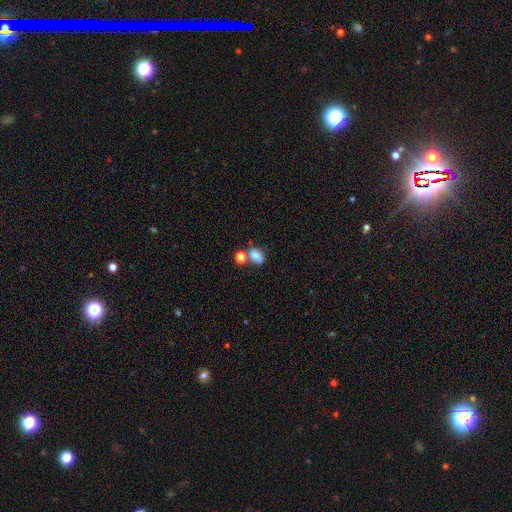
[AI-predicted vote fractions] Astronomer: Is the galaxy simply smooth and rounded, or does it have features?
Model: smooth — 79%.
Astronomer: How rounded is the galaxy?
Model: in between — 75%.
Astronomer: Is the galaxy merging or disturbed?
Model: none — 46% (runner-up: merger, 33%).